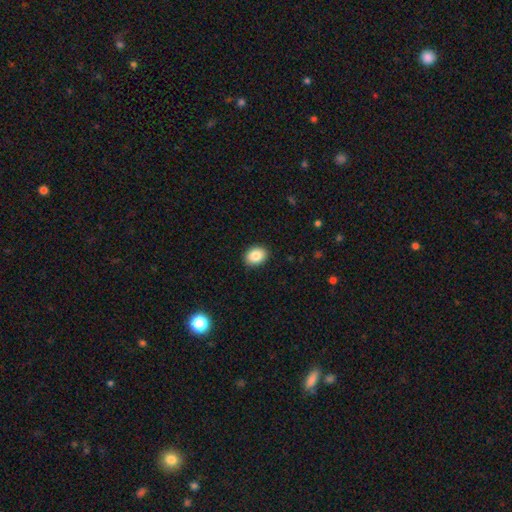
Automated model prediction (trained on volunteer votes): Smooth or featured?
  - smooth: 86% *
  - star or artifact: 9%
  - featured or disk: 6%
How rounded?
  - in between: 59% *
  - round: 40%
  - cigar-shaped: 1%
Merging?
  - none: 90% *
  - minor disturbance: 7%
  - major disturbance: 2%
  - merger: 1%